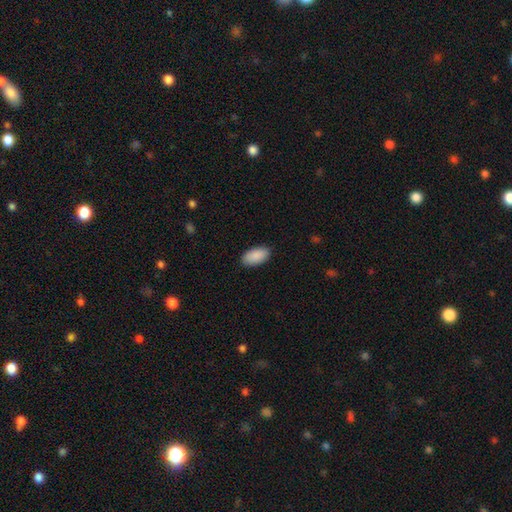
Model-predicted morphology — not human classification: smooth-or-featured: smooth: 90% | star or artifact: 6% | featured or disk: 4%
  how-rounded: in between: 95% | cigar-shaped: 3% | round: 2%
  merging: none: 87% | minor disturbance: 10% | major disturbance: 2% | merger: 1%